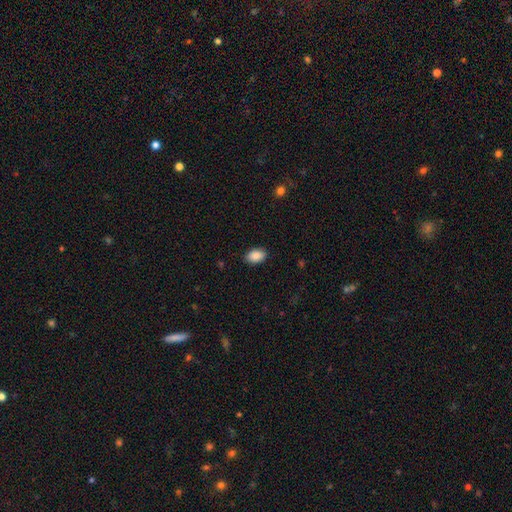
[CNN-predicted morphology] smooth-or-featured: smooth: 89% | star or artifact: 7% | featured or disk: 4%
  how-rounded: in between: 89% | round: 10% | cigar-shaped: 1%
  merging: none: 89% | minor disturbance: 8% | major disturbance: 2% | merger: 1%